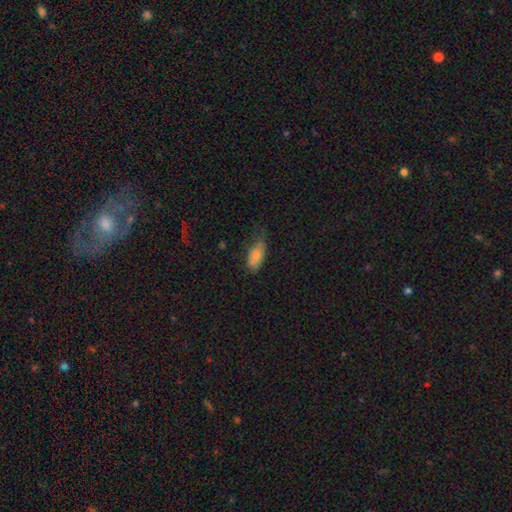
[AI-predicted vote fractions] This is likely a smooth galaxy (80%). How rounded: clearly in between (87%). Merging: possibly none (48%).